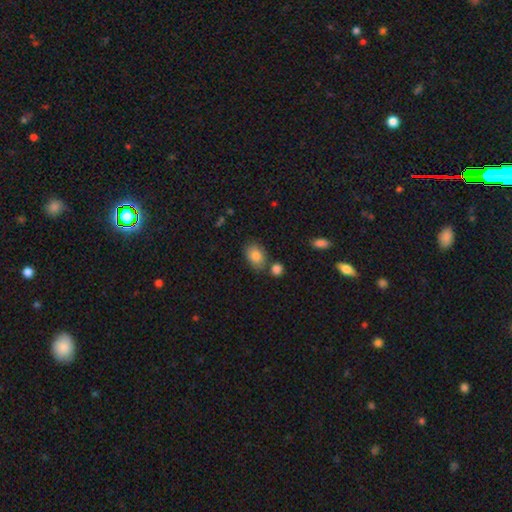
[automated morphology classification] Q: Smooth or featured?
A: smooth (84%); runner-up: featured or disk (8%)
Q: How rounded?
A: in between (80%); runner-up: round (19%)
Q: Merging?
A: none (69%); runner-up: minor disturbance (15%)